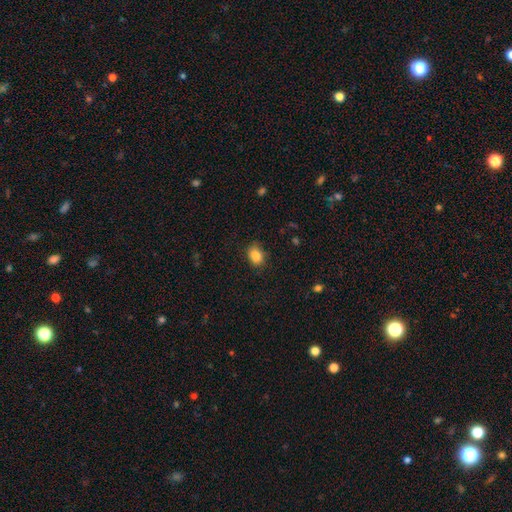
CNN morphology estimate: A smooth galaxy with no disk features (86%) that is in between round and cigar-shaped (63%). Merging: none (82%).